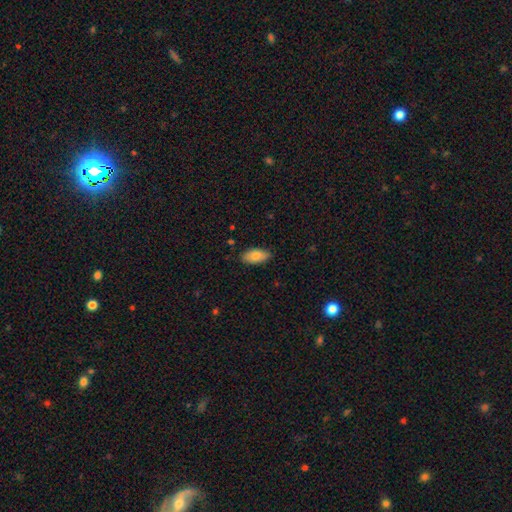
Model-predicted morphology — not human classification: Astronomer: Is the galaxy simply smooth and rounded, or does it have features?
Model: smooth — 82%.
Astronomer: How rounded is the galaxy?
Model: in between — 92%.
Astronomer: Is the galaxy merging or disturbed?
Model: none — 85%.